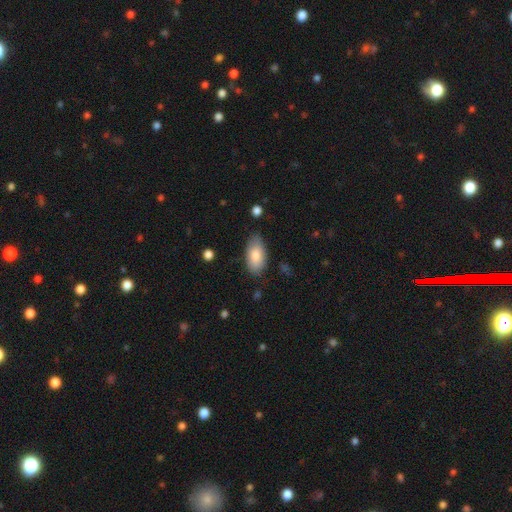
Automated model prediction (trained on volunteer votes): A smooth galaxy with no disk features (83%) that is in between round and cigar-shaped (94%). Merging: none (78%).